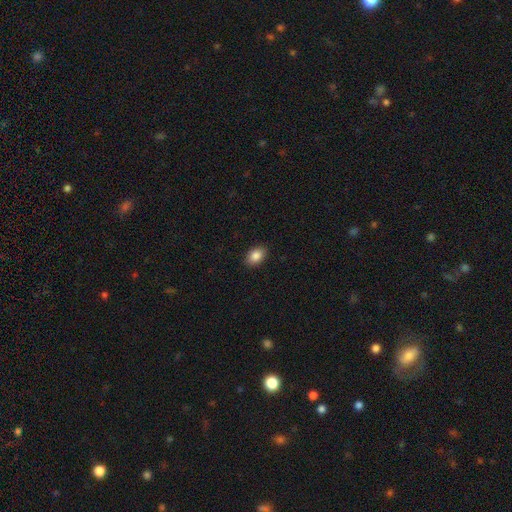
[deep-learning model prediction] smooth 87%, star or artifact 8%, featured or disk 5%. Down the decision tree: how rounded — in between (85%); merging — none (90%).